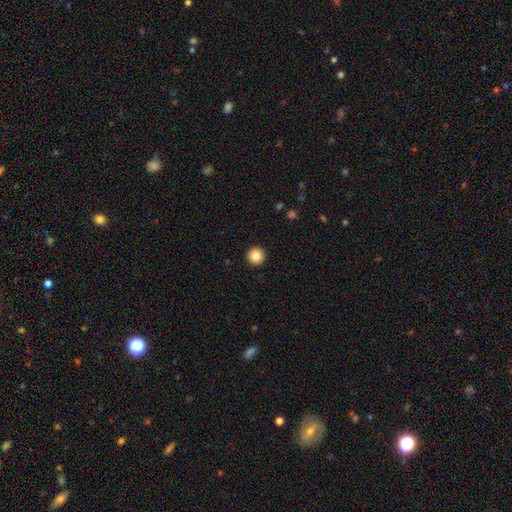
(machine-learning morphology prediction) smooth 85%, star or artifact 10%, featured or disk 6%. Down the decision tree: how rounded — round (96%); merging — none (93%).